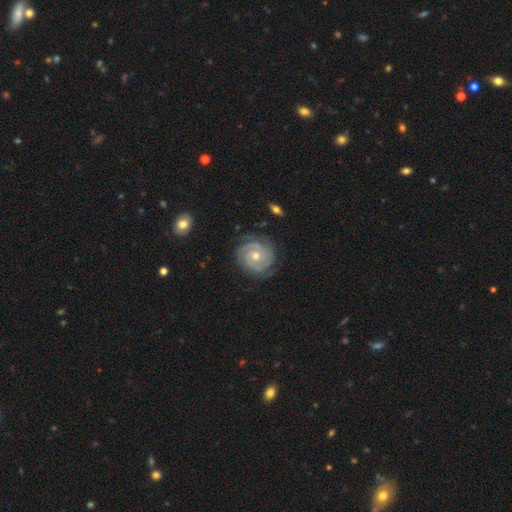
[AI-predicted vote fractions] featured or disk 88%, smooth 6%, star or artifact 6%. Down the decision tree: edge-on disk — no (98%); bar — no (74%); spiral arms — yes (98%); spiral arm count — 3 (32%); spiral winding — tight (82%); bulge size — moderate (56%); merging — none (83%).